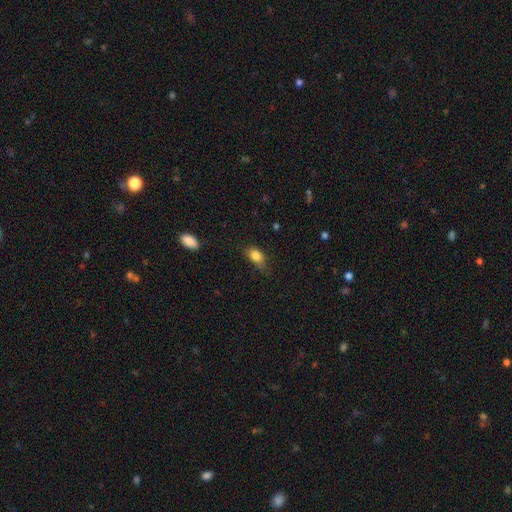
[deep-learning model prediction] Smooth or featured: smooth — 84% (star or artifact — 9%)
How rounded: in between — 81% (round — 15%)
Merging: none — 54% (minor disturbance — 34%)